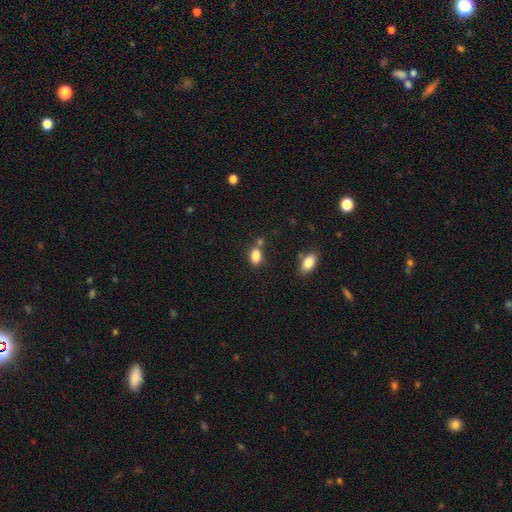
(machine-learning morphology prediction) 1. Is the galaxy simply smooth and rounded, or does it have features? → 84% smooth, 9% star or artifact, 7% featured or disk.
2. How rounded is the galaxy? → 86% in between, 10% round, 4% cigar-shaped.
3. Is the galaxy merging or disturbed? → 64% none, 17% merger, 15% minor disturbance, 4% major disturbance.